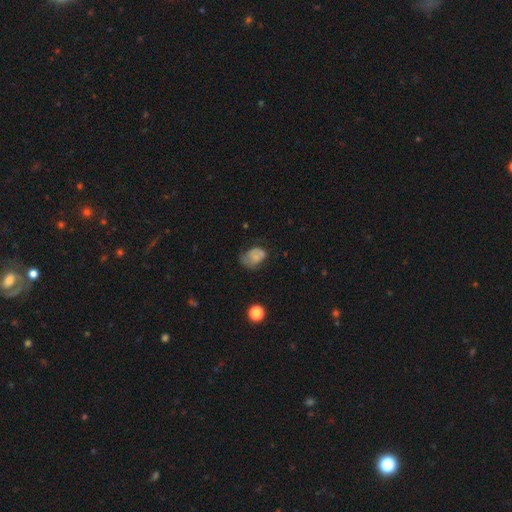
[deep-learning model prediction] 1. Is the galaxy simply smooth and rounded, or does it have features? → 58% smooth, 30% featured or disk, 12% star or artifact.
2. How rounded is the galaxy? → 72% in between, 26% round, 1% cigar-shaped.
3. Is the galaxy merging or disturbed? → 38% none, 34% minor disturbance, 23% major disturbance, 4% merger.